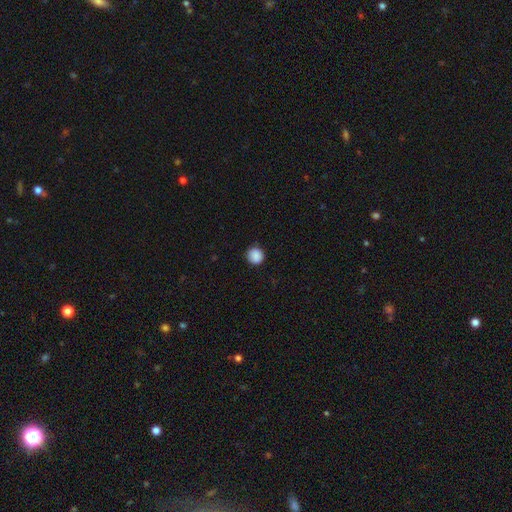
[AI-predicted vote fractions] Smooth or featured: smooth — 89% (star or artifact — 9%)
How rounded: round — 92% (in between — 7%)
Merging: none — 88% (minor disturbance — 9%)